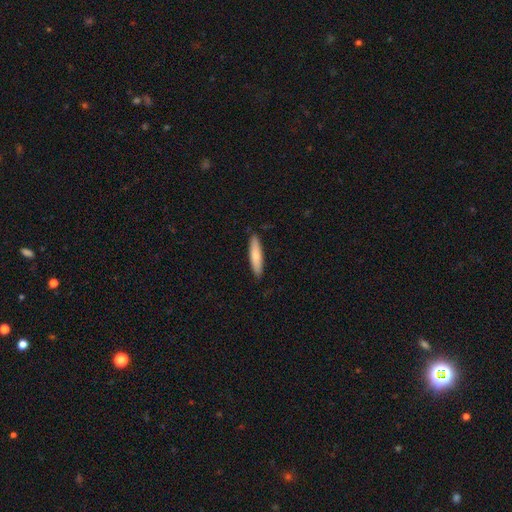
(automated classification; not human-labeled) smooth_or_featured: smooth (p=0.77) [alt: featured or disk p=0.18]
how_rounded: cigar-shaped (p=0.80) [alt: in between p=0.18]
merging: none (p=0.88) [alt: minor disturbance p=0.09]